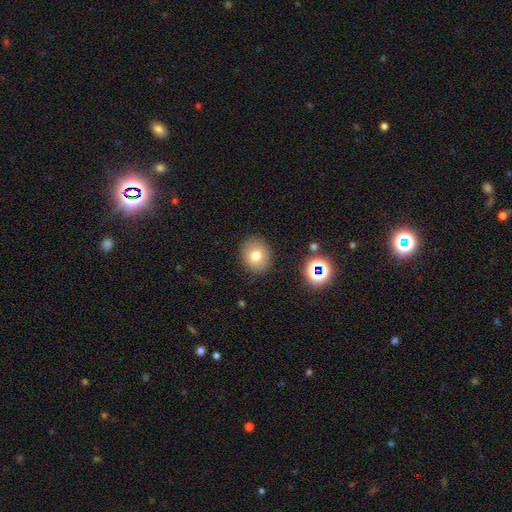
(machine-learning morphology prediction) Smooth or featured?
  - smooth: 75% *
  - star or artifact: 13%
  - featured or disk: 12%
How rounded?
  - round: 68% *
  - in between: 32%
  - cigar-shaped: 1%
Merging?
  - none: 87% *
  - minor disturbance: 8%
  - major disturbance: 3%
  - merger: 2%